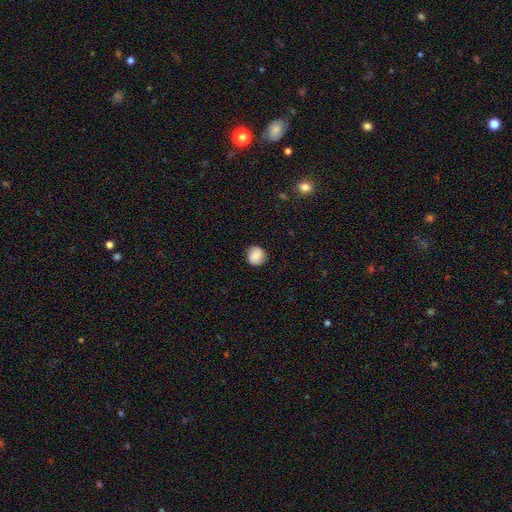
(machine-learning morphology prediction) Smooth or featured? Predicted: smooth (p=0.81). How rounded? Predicted: round (p=0.90). Merging? Predicted: none (p=0.87).